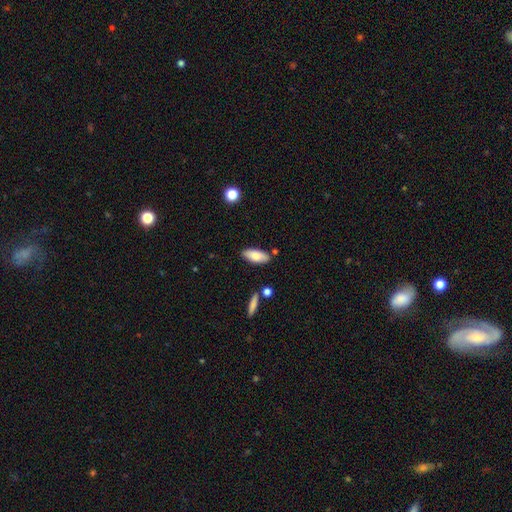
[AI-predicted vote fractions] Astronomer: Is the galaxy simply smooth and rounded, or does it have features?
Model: smooth — 79%.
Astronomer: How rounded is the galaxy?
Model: in between — 82%.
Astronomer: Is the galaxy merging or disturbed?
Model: none — 82%.